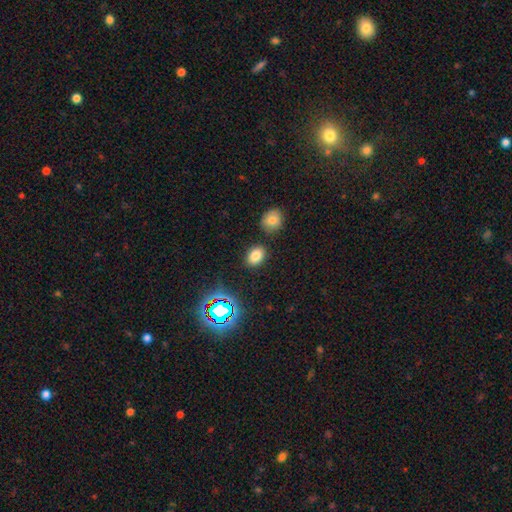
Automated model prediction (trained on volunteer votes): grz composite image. It shows a smooth galaxy with no disk features (77%) that is in between round and cigar-shaped (72%). Merging: none (84%).